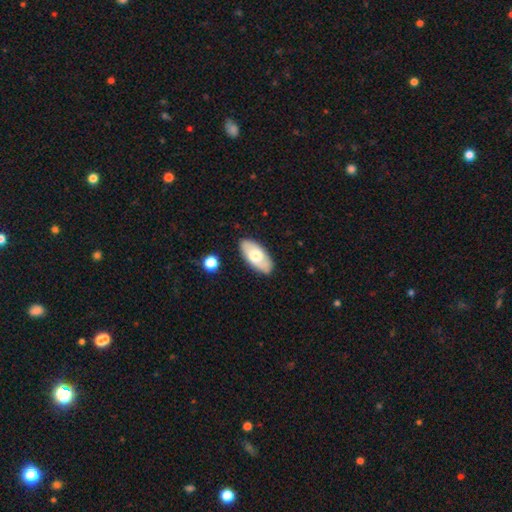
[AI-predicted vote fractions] smooth-or-featured: smooth: 61% | featured or disk: 33% | star or artifact: 6%
  how-rounded: in between: 92% | cigar-shaped: 5% | round: 3%
  merging: none: 85% | minor disturbance: 10% | major disturbance: 2% | merger: 2%